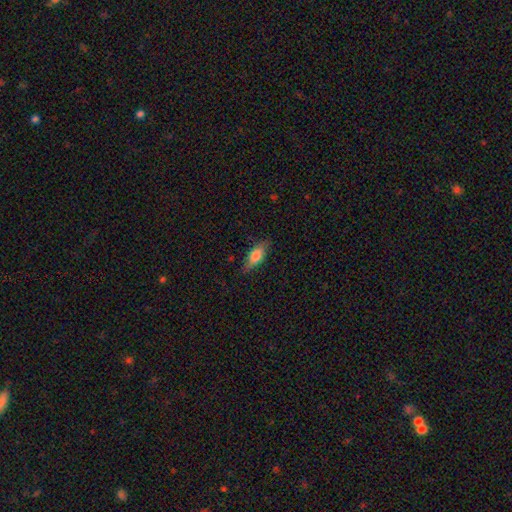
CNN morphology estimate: The model was most divided on "how rounded": in between: 72%, cigar-shaped: 25%, round: 3%. More confident: merging — none (81%); smooth or featured — smooth (71%).